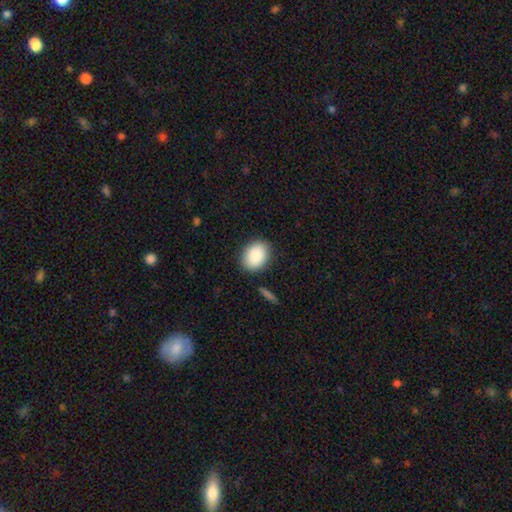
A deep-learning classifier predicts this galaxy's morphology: The model was most divided on "how rounded": in between: 66%, round: 33%, cigar-shaped: 1%. More confident: smooth or featured — smooth (89%); merging — none (86%).